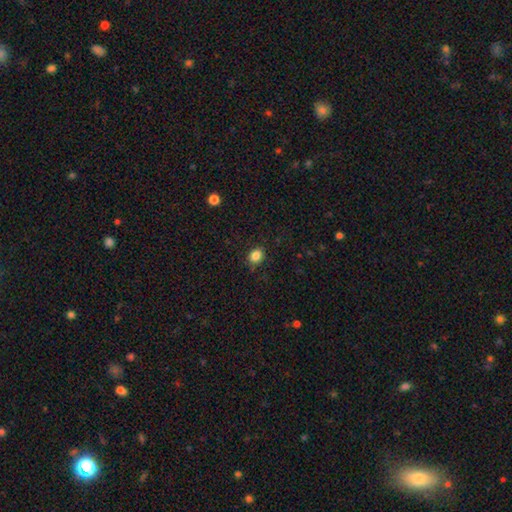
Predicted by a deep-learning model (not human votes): Smooth or featured?
  - smooth: 85% *
  - star or artifact: 11%
  - featured or disk: 4%
How rounded?
  - round: 60% *
  - in between: 39%
  - cigar-shaped: 1%
Merging?
  - none: 85% *
  - minor disturbance: 11%
  - major disturbance: 3%
  - merger: 2%